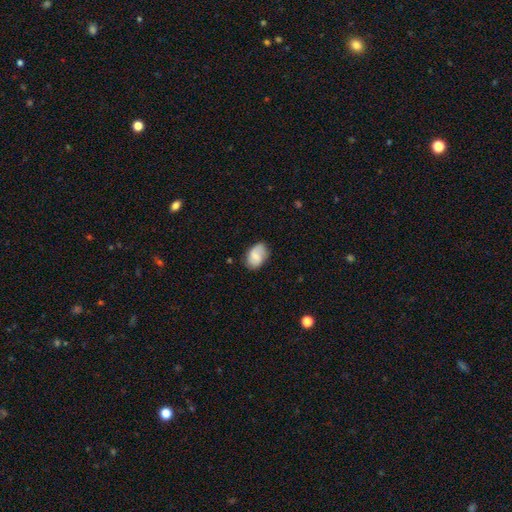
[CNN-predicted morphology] Smooth or featured? smooth (60%)
How rounded? in between (84%)
Merging? none (73%)